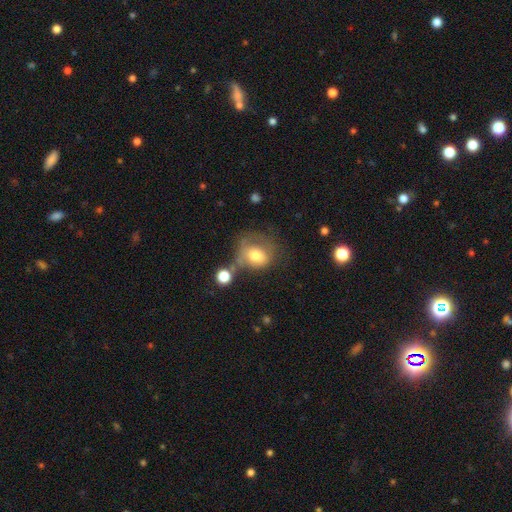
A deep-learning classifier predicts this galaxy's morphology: Smooth or featured: smooth — 68% (featured or disk — 23%)
How rounded: round — 56% (in between — 42%)
Merging: major disturbance — 32% (none — 26%)